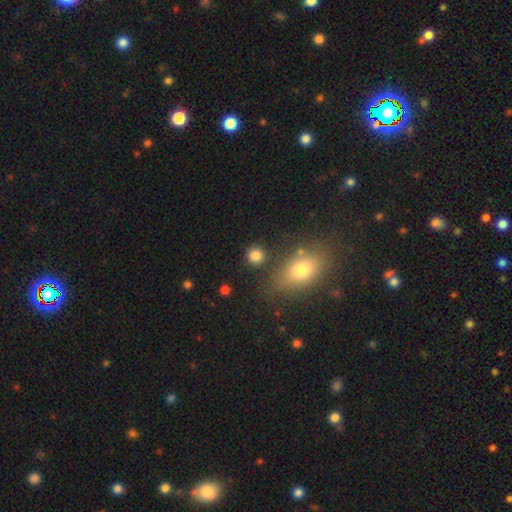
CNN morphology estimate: This appears to be a smooth galaxy with no disk features (83%) that is round (87%). Merging: none (82%).